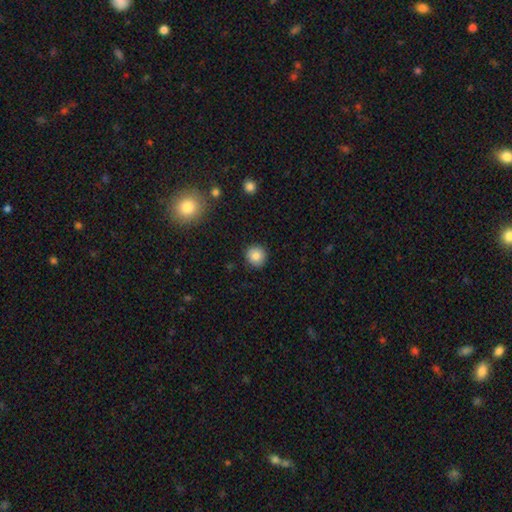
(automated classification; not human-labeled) Morphology: type=smooth (83%); roundness=round (93%); merging=none (90%).